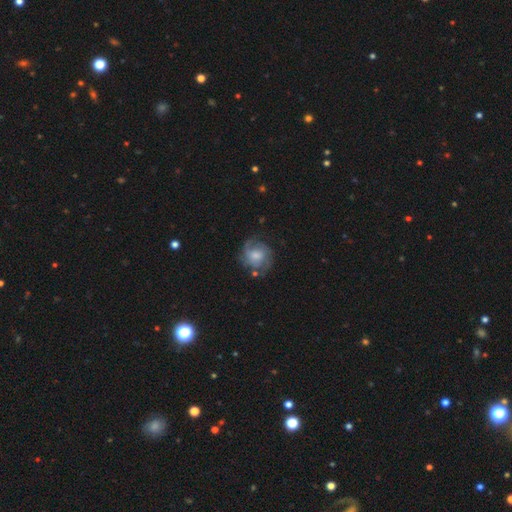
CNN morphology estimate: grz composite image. It shows a featured or disk galaxy (65%) with no bar (68%), 2 (40%) tight (43%) spiral arms (85%) and a moderate central bulge (45%). Merging: none (64%).